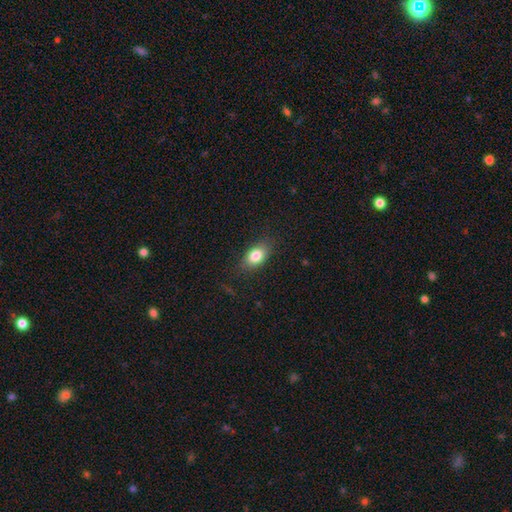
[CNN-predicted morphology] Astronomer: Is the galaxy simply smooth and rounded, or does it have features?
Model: smooth — 81%.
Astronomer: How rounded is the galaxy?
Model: in between — 82%.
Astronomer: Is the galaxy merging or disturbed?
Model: none — 81%.